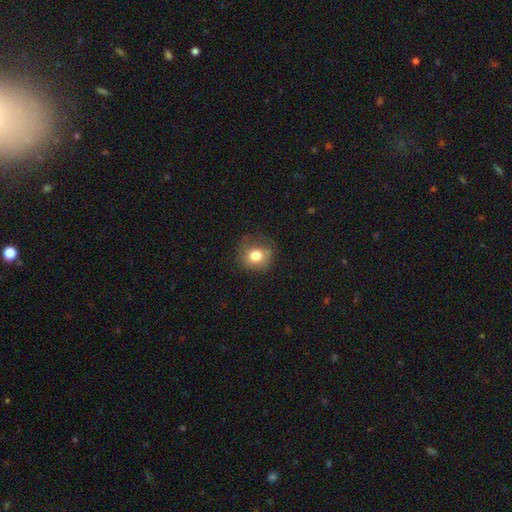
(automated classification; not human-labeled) A smooth galaxy with no disk features (78%) that is round (82%). Merging: none (73%).